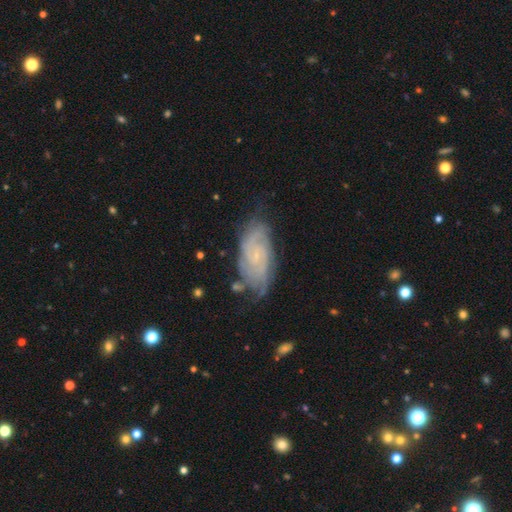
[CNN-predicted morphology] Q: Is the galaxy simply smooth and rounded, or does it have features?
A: featured or disk — 77%.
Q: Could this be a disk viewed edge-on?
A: no — 94%.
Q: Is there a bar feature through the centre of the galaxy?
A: no — 66%.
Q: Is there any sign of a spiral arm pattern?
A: yes — 94%.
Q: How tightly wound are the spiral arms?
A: tight — 63%.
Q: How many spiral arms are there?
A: can't tell — 36%.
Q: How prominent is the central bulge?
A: small — 74%.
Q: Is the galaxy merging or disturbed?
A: none — 65%.